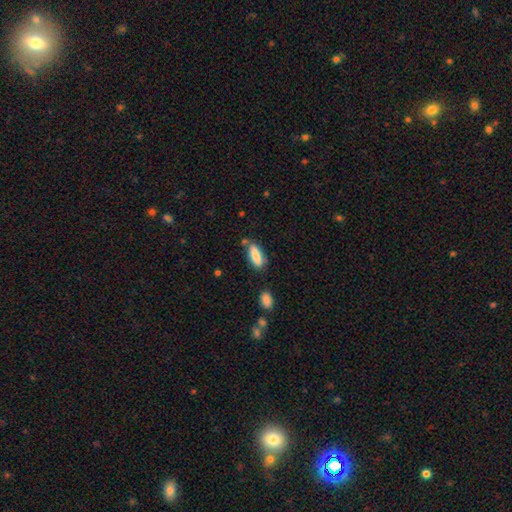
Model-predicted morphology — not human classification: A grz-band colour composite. It shows a smooth galaxy with no disk features (85%) that is in between round and cigar-shaped (66%). Merging: none (73%).